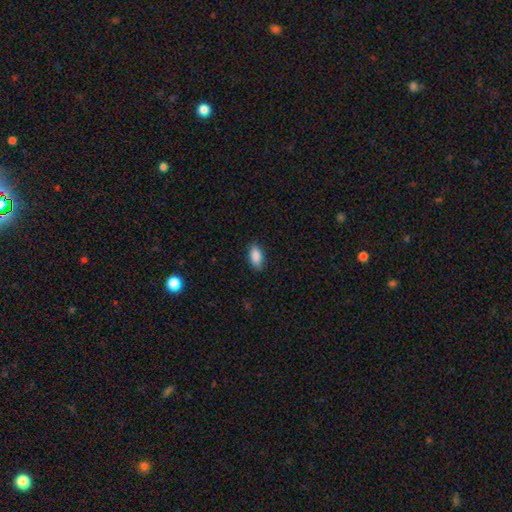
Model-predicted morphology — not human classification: A smooth galaxy with no disk features (88%) that is in between round and cigar-shaped (89%). Merging: none (86%).